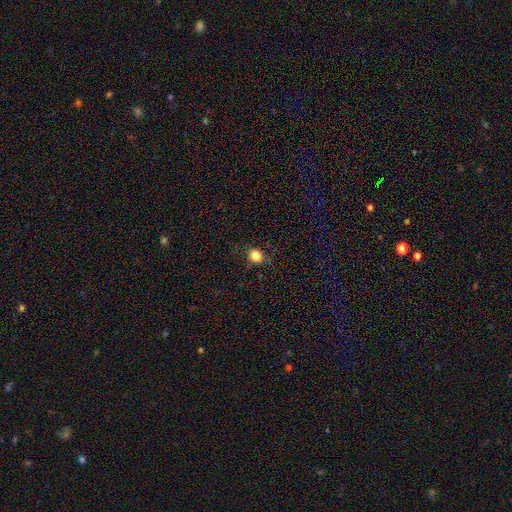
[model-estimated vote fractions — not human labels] Q: Smooth or featured?
A: smooth (82%); runner-up: star or artifact (12%)
Q: How rounded?
A: round (85%); runner-up: in between (14%)
Q: Merging?
A: none (84%); runner-up: minor disturbance (12%)